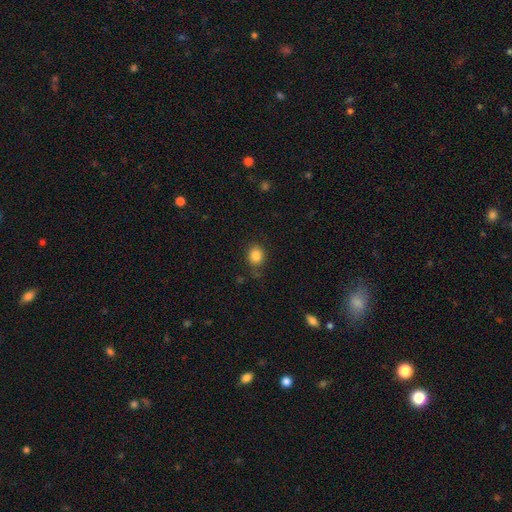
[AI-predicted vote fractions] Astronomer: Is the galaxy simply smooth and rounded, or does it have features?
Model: smooth — 85%.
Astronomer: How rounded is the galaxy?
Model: round — 70%.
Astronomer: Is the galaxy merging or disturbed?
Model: none — 78%.